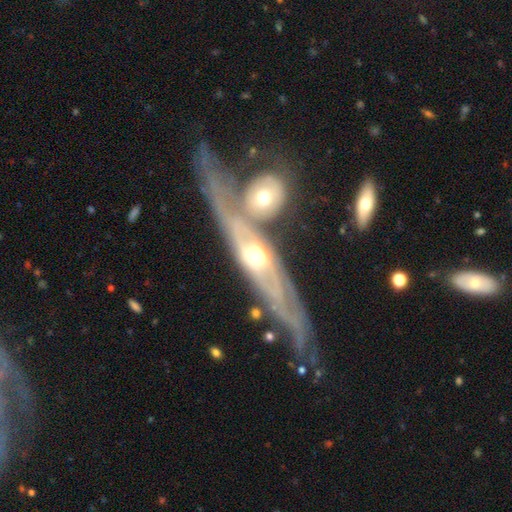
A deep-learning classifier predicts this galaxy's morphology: featured or disk 83%, smooth 12%, star or artifact 5%. Down the decision tree: edge-on disk — no (54%); merging — none (41%).